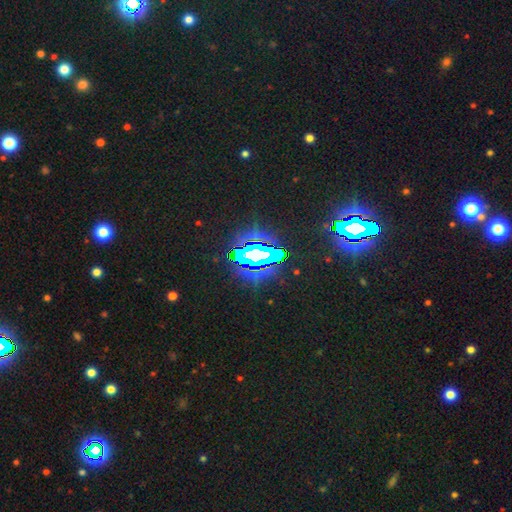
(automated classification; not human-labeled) The model was most divided on "smooth or featured": star or artifact: 71%, featured or disk: 15%, smooth: 14%.